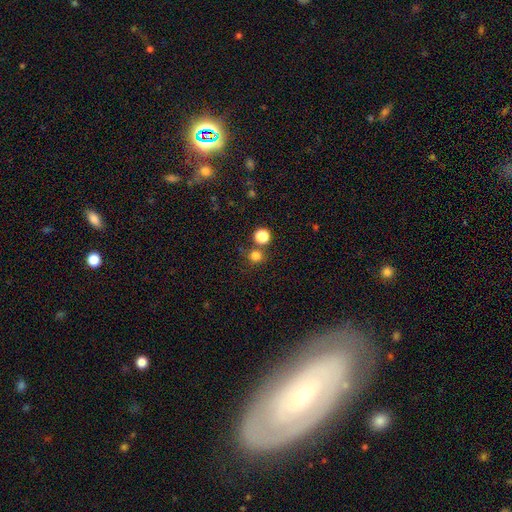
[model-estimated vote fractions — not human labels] smooth-or-featured: smooth: 79% | star or artifact: 16% | featured or disk: 5%
  how-rounded: round: 92% | in between: 7% | cigar-shaped: 1%
  merging: none: 72% | merger: 17% | minor disturbance: 7% | major disturbance: 3%